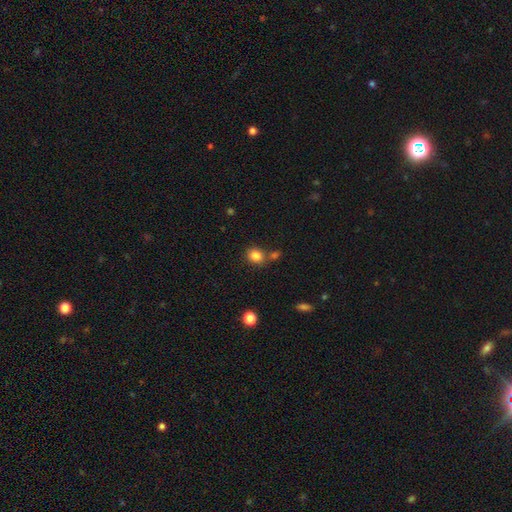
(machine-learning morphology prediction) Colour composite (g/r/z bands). It shows a smooth galaxy with no disk features (84%) that is round (73%). Merging: none (70%).